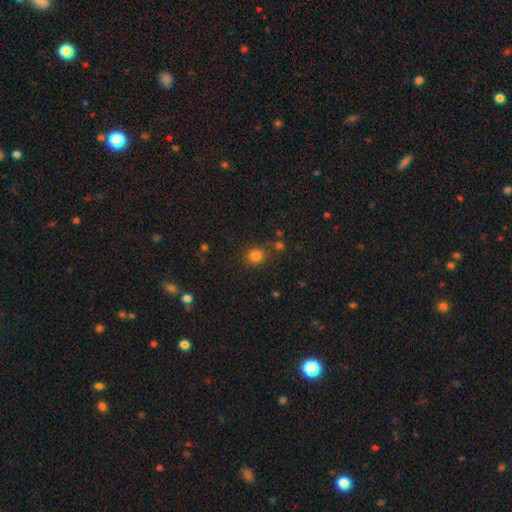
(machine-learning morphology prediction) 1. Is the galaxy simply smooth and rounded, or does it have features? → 80% smooth, 14% star or artifact, 5% featured or disk.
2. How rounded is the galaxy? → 84% round, 15% in between, 1% cigar-shaped.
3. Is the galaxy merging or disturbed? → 80% none, 10% minor disturbance, 7% merger, 3% major disturbance.